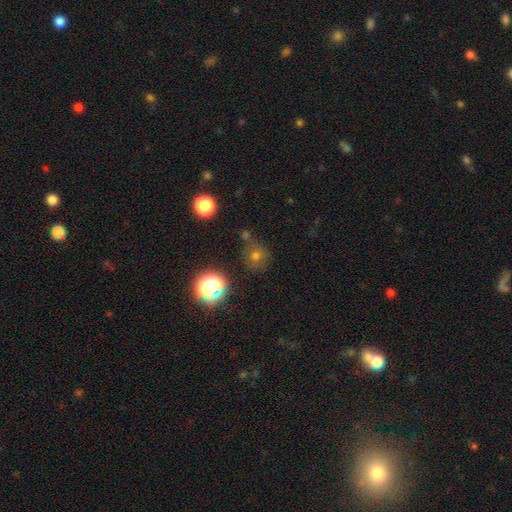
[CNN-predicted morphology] smooth-or-featured: smooth: 62% | star or artifact: 27% | featured or disk: 11%
  how-rounded: round: 89% | in between: 10% | cigar-shaped: 1%
  merging: none: 74% | minor disturbance: 12% | merger: 9% | major disturbance: 5%